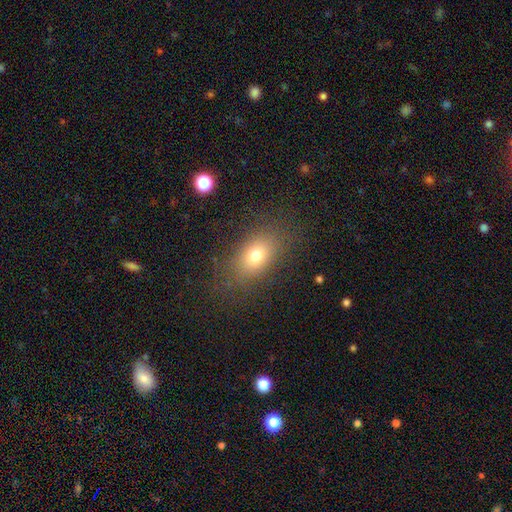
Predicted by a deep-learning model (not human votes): smooth 73%, featured or disk 14%, star or artifact 13%. Down the decision tree: how rounded — in between (79%); merging — none (80%).